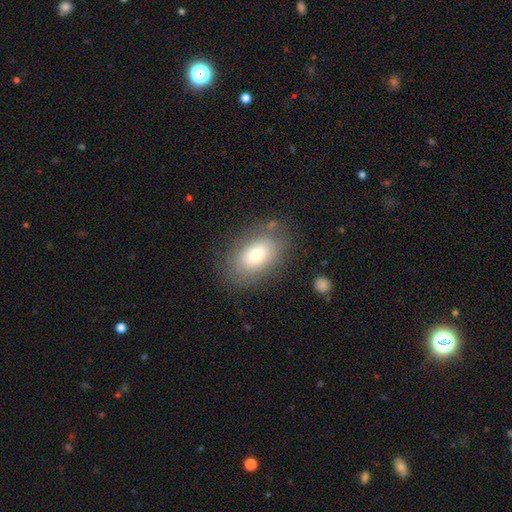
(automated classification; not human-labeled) Smooth or featured: smooth — 70% (featured or disk — 20%)
How rounded: in between — 85% (round — 13%)
Merging: none — 77% (minor disturbance — 14%)